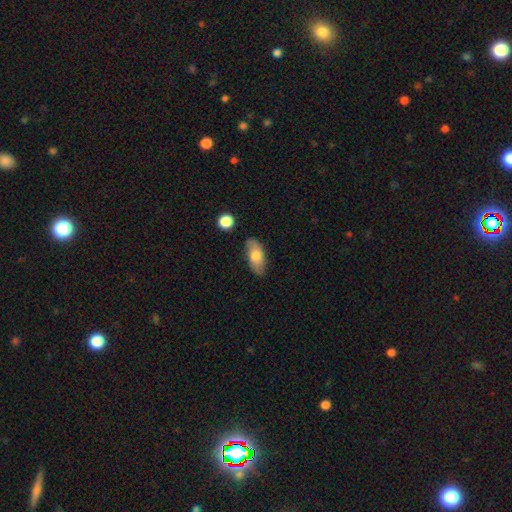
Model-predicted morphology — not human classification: Smooth or featured?
  - smooth: 71% *
  - featured or disk: 22%
  - star or artifact: 7%
How rounded?
  - in between: 86% *
  - cigar-shaped: 10%
  - round: 4%
Merging?
  - none: 79% *
  - minor disturbance: 16%
  - major disturbance: 3%
  - merger: 3%